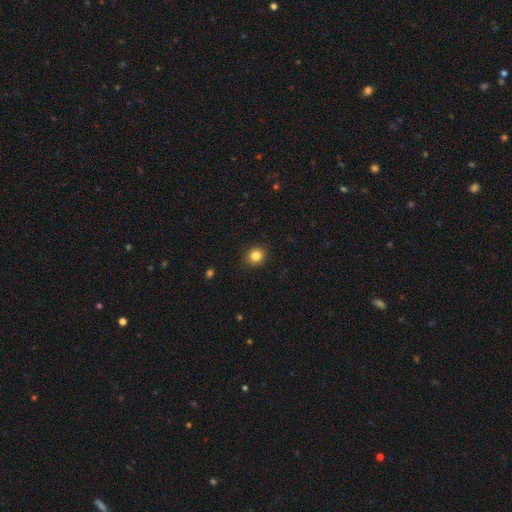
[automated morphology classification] This is clearly a smooth galaxy (83%). How rounded: likely round (73%). Merging: clearly none (90%).